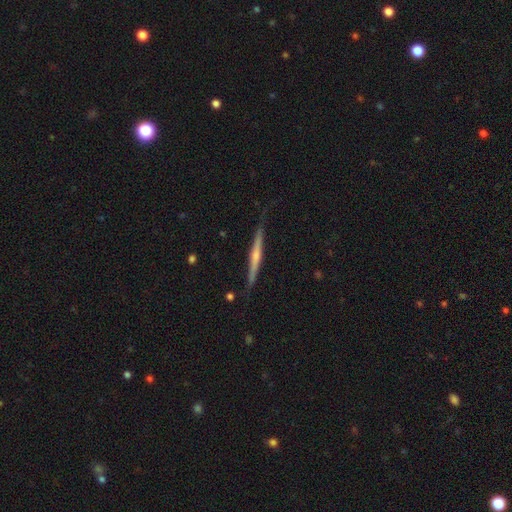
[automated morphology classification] smooth_or_featured: featured or disk (p=0.68) [alt: smooth p=0.26]
disk_edge_on: yes (p=0.98) [alt: no p=0.02]
edge_on_bulge: rounded (p=0.64) [alt: none p=0.27]
merging: none (p=0.82) [alt: minor disturbance p=0.14]